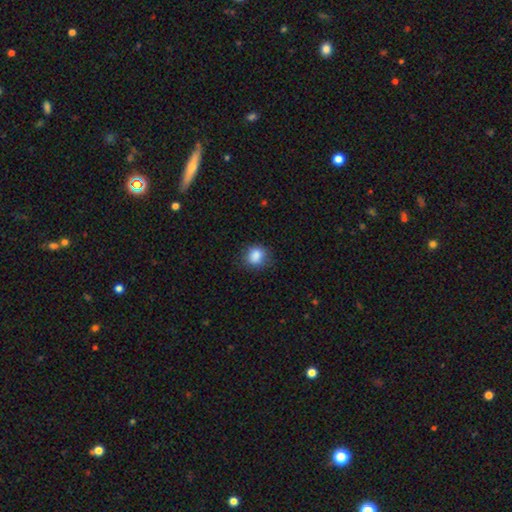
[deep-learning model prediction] Morphology: type=smooth (86%); roundness=round (65%); merging=none (75%).